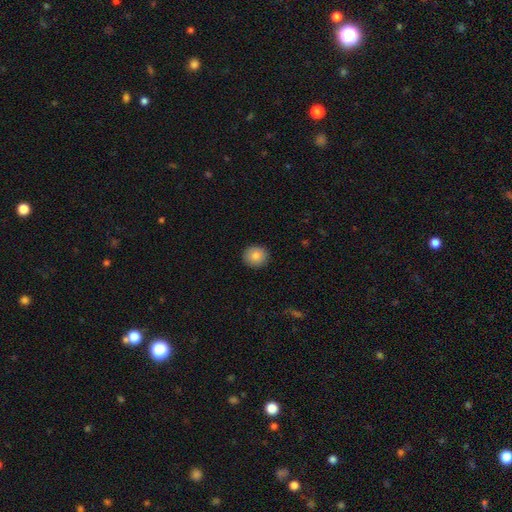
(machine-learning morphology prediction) This appears to be a smooth galaxy with no disk features (84%) that is round (87%). Merging: none (91%).